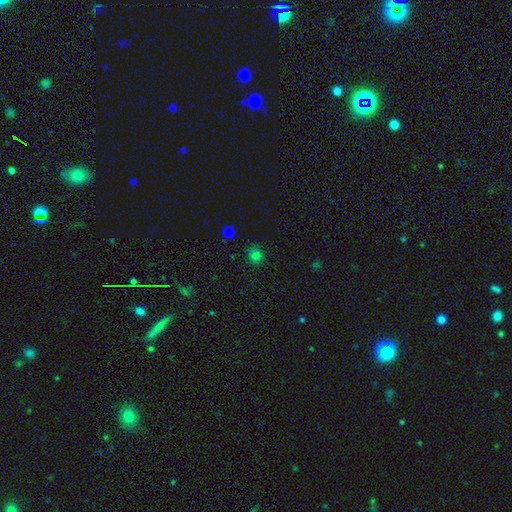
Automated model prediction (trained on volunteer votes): This appears to be a smooth galaxy with no disk features (76%) that is round (84%). Merging: none (85%).